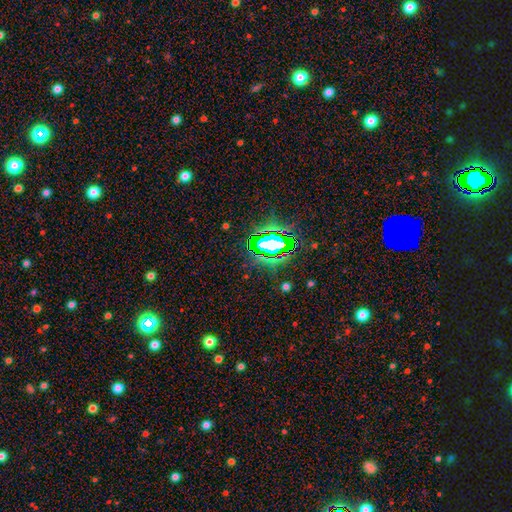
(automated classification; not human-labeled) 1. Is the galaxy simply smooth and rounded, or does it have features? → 78% star or artifact, 13% smooth, 9% featured or disk.